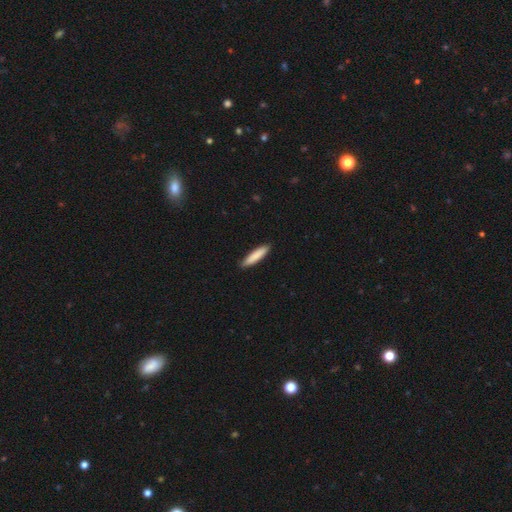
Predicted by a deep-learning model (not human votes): Smooth or featured: smooth — 85% (featured or disk — 10%)
How rounded: cigar-shaped — 85% (in between — 14%)
Merging: none — 90% (minor disturbance — 8%)